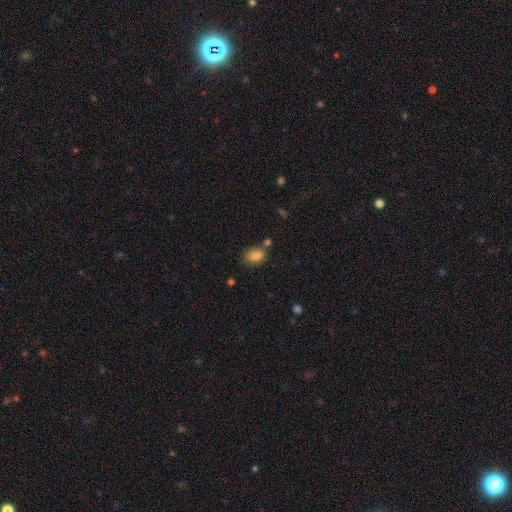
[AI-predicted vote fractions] Smooth or featured? Predicted: smooth (p=0.83). How rounded? Predicted: in between (p=0.75). Merging? Predicted: none (p=0.66).